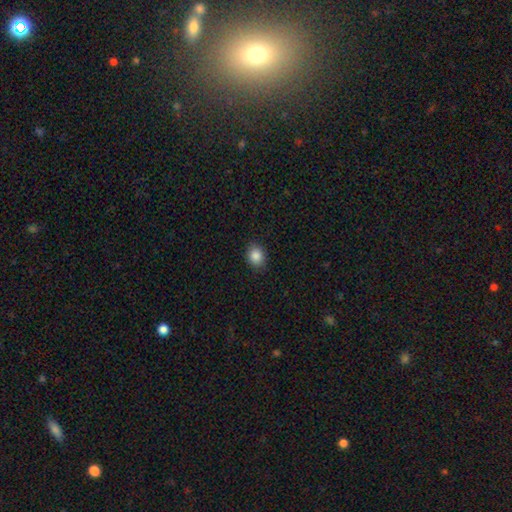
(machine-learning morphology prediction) Smooth or featured? Predicted: smooth (p=0.87). How rounded? Predicted: round (p=0.55). Merging? Predicted: none (p=0.89).